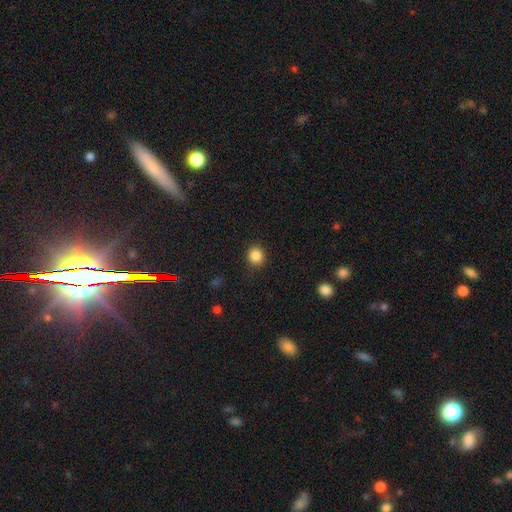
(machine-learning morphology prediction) A smooth galaxy with no disk features (86%) that is round (84%).

Vote fractions:
- Smooth or featured? smooth: 86% / star or artifact: 10% / featured or disk: 3%
- How rounded? round: 84% / in between: 15% / cigar-shaped: 1%
- Merging? none: 88% / minor disturbance: 8% / major disturbance: 3% / merger: 1%